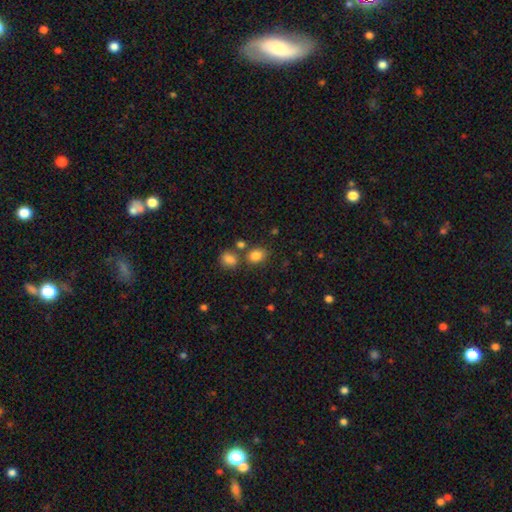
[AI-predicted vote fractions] A smooth galaxy with no disk features (82%) that is in between round and cigar-shaped (51%).

Vote fractions:
- Smooth or featured? smooth: 82% / star or artifact: 12% / featured or disk: 6%
- How rounded? in between: 51% / round: 48% / cigar-shaped: 1%
- Merging? none: 69% / merger: 16% / minor disturbance: 12% / major disturbance: 4%